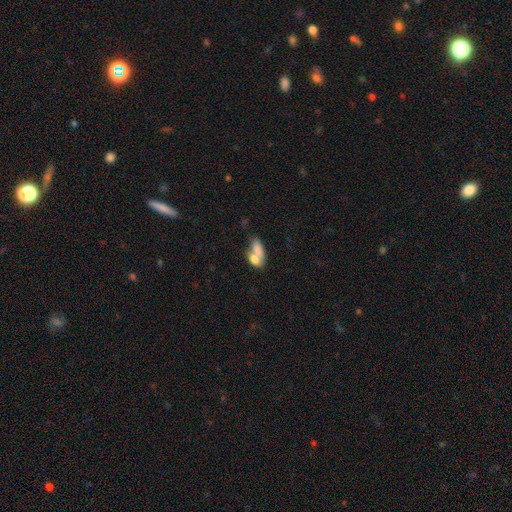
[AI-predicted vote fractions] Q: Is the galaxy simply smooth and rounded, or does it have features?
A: smooth — 74%.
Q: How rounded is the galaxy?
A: in between — 83%.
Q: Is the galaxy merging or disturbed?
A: merger — 62%.